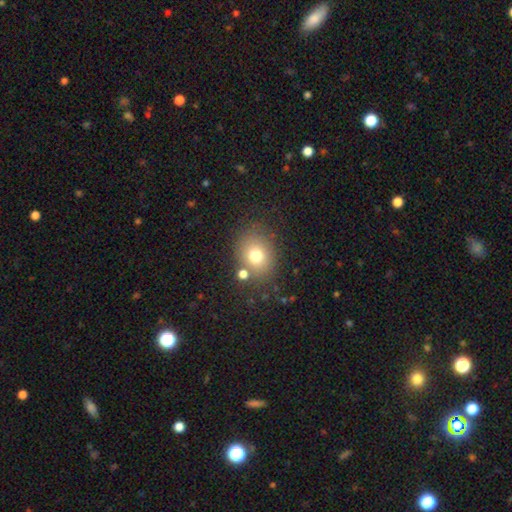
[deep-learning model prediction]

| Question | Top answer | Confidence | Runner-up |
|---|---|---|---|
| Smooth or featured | smooth | 73% | star or artifact (14%) |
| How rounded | round | 60% | in between (40%) |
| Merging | none | 72% | minor disturbance (12%) |